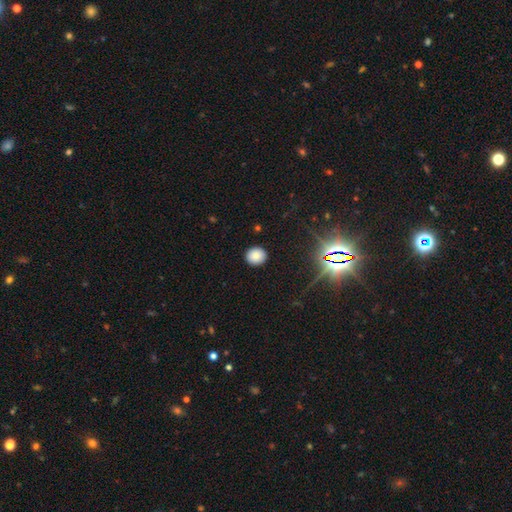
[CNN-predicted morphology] Smooth or featured?
  - smooth: 83% *
  - star or artifact: 13%
  - featured or disk: 4%
How rounded?
  - round: 79% *
  - in between: 20%
  - cigar-shaped: 1%
Merging?
  - none: 90% *
  - minor disturbance: 7%
  - major disturbance: 2%
  - merger: 1%